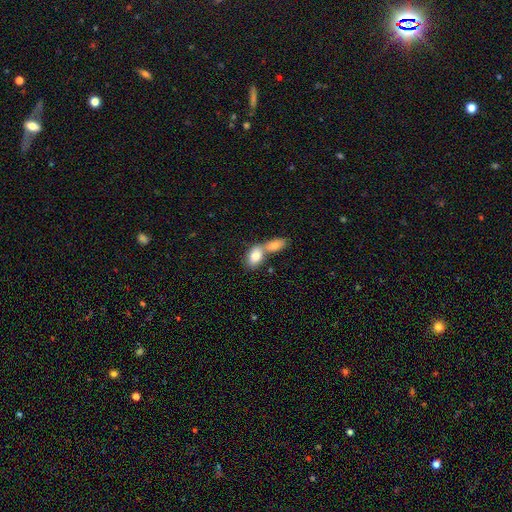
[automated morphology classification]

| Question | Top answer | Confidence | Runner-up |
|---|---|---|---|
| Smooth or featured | smooth | 81% | featured or disk (12%) |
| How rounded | in between | 86% | round (11%) |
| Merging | merger | 69% | none (21%) |